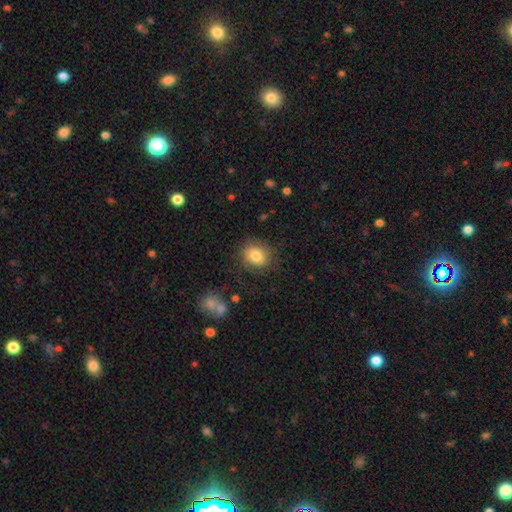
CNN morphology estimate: Smooth or featured? smooth (77%)
How rounded? round (62%)
Merging? none (76%)